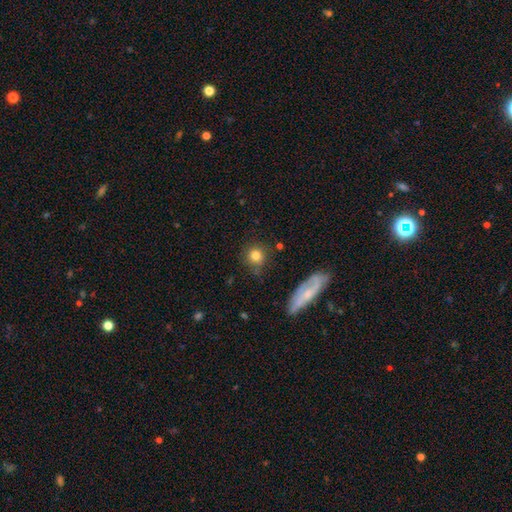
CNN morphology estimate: smooth_or_featured: smooth (p=0.79) [alt: featured or disk p=0.11]
how_rounded: round (p=0.88) [alt: in between p=0.10]
merging: none (p=0.77) [alt: minor disturbance p=0.14]